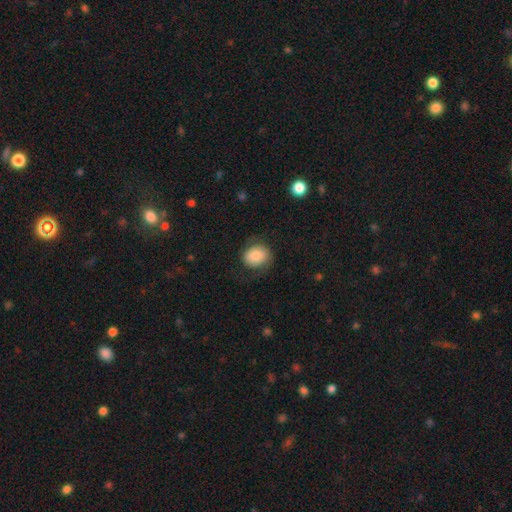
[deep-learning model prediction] Smooth or featured? smooth (75%)
How rounded? round (53%)
Merging? none (68%)